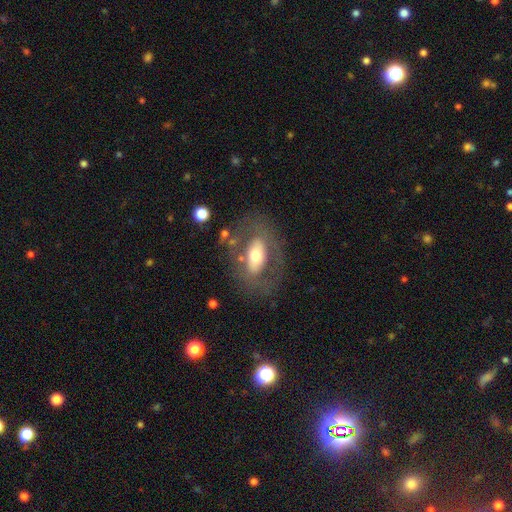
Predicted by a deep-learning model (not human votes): A featured or disk galaxy (55%).

Vote fractions:
- Smooth or featured? featured or disk: 55% / smooth: 38% / star or artifact: 7%
- Edge-on disk? no: 87% / yes: 13%
- Merging? none: 69% / minor disturbance: 15% / major disturbance: 12% / merger: 3%